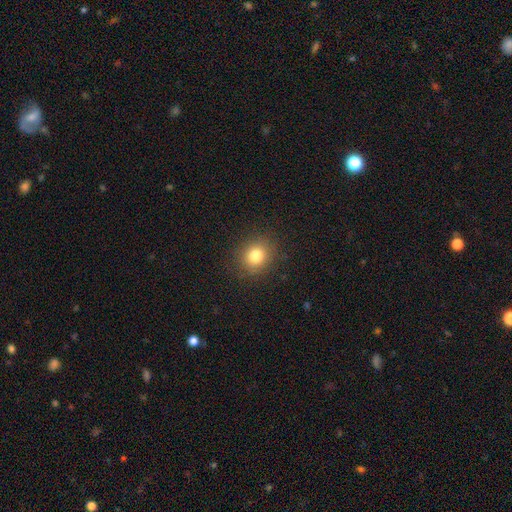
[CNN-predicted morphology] This appears to be a smooth galaxy with no disk features (80%) that is round (73%). Merging: none (88%).